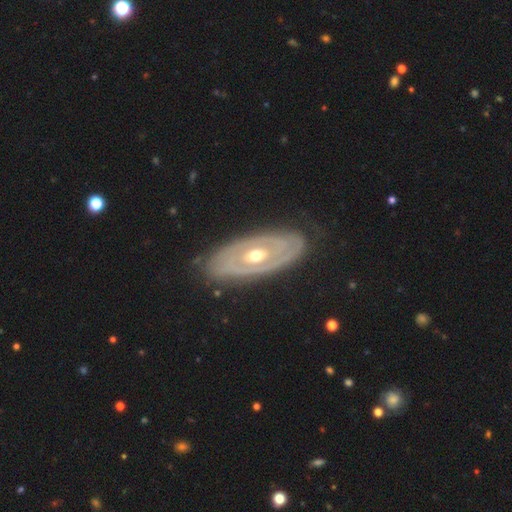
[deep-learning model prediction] Smooth or featured?
  - featured or disk: 79% *
  - smooth: 17%
  - star or artifact: 5%
Edge-on disk?
  - no: 87% *
  - yes: 13%
Bar?
  - no: 74% *
  - weak: 18%
  - strong: 8%
Spiral arms?
  - no: 53% *
  - yes: 47%
Bulge size?
  - moderate: 67% *
  - small: 27%
  - large: 4%
  - dominant: 1%
  - none: 1%
Merging?
  - none: 84% *
  - minor disturbance: 11%
  - major disturbance: 4%
  - merger: 1%